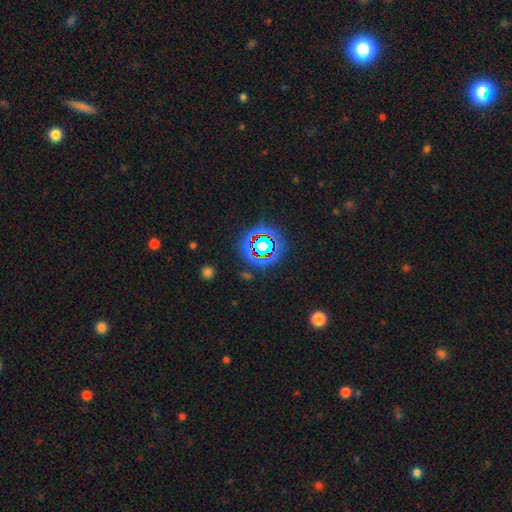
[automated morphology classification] A star or artifact, not a galaxy (77%).

Vote fractions:
- Smooth or featured? star or artifact: 77% / smooth: 14% / featured or disk: 9%